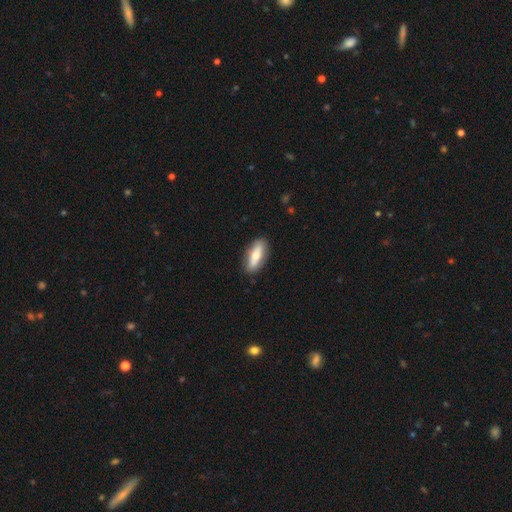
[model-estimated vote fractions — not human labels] smooth 63%, featured or disk 31%, star or artifact 6%. Down the decision tree: how rounded — in between (72%); merging — none (84%).